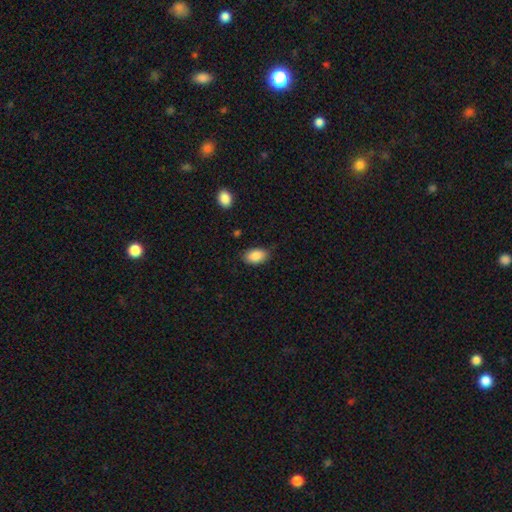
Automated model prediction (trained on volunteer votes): A smooth galaxy with no disk features (88%) that is in between round and cigar-shaped (92%). Merging: none (82%).